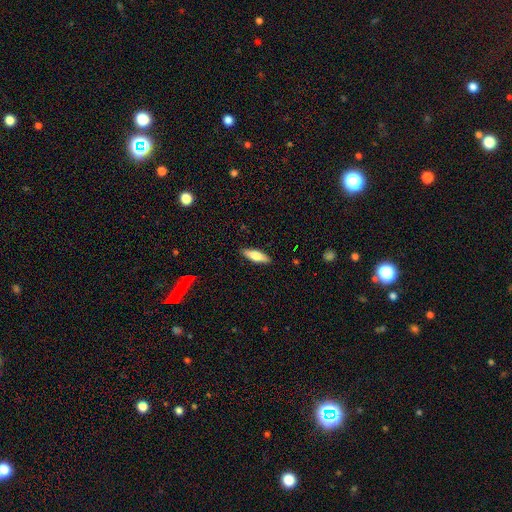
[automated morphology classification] smooth 67%, featured or disk 27%, star or artifact 6%. Down the decision tree: how rounded — cigar-shaped (55%); merging — none (88%).